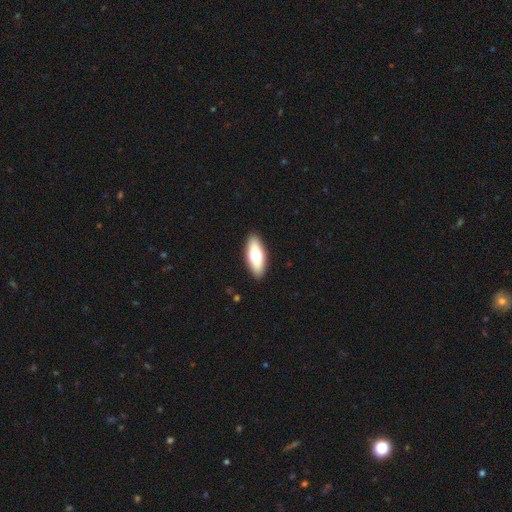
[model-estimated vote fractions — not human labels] A smooth galaxy with no disk features (68%) that is in between round and cigar-shaped (71%). Merging: none (90%).